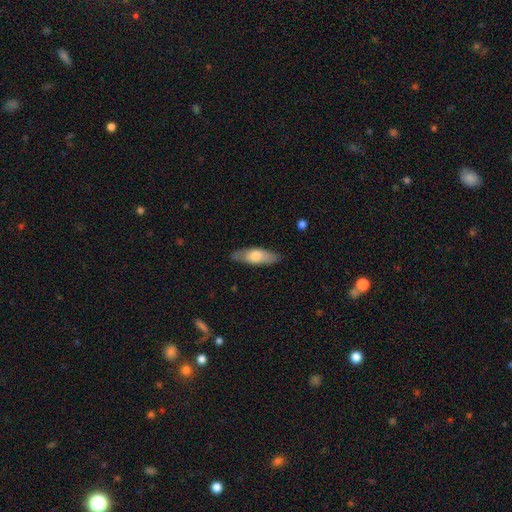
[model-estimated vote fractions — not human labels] smooth-or-featured: smooth: 65% | featured or disk: 29% | star or artifact: 5%
  how-rounded: in between: 60% | cigar-shaped: 38% | round: 2%
  merging: none: 84% | minor disturbance: 12% | major disturbance: 2% | merger: 1%